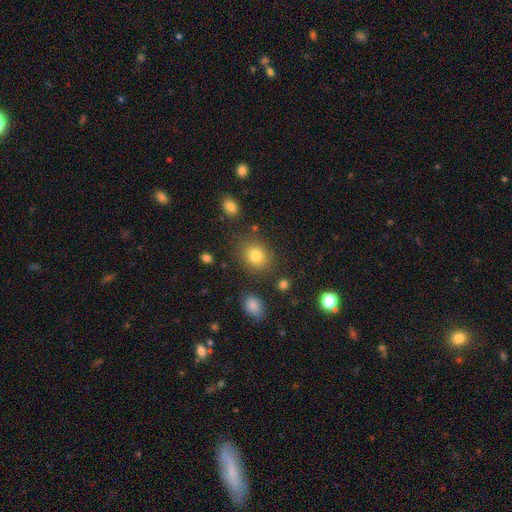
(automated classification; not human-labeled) This appears to be a smooth galaxy with no disk features (80%) that is round (66%). Merging: none (81%).